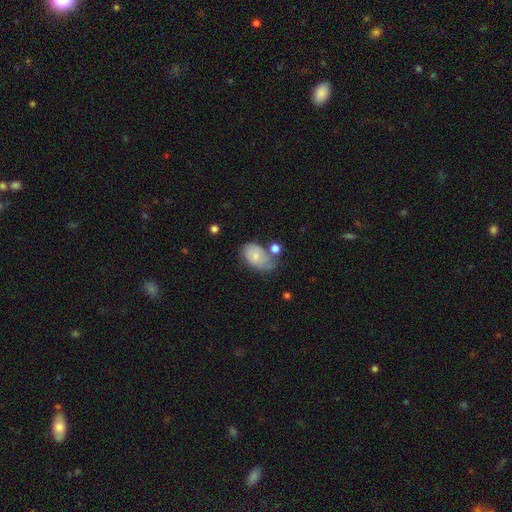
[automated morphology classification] smooth 64%, featured or disk 28%, star or artifact 8%. Down the decision tree: how rounded — in between (87%); merging — none (39%).